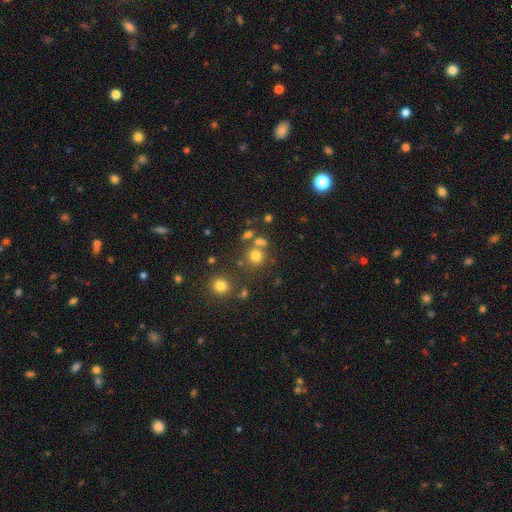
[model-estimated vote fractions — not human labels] smooth-or-featured: smooth: 72% | star or artifact: 18% | featured or disk: 9%
  how-rounded: round: 88% | in between: 11% | cigar-shaped: 1%
  merging: none: 65% | merger: 22% | minor disturbance: 9% | major disturbance: 4%